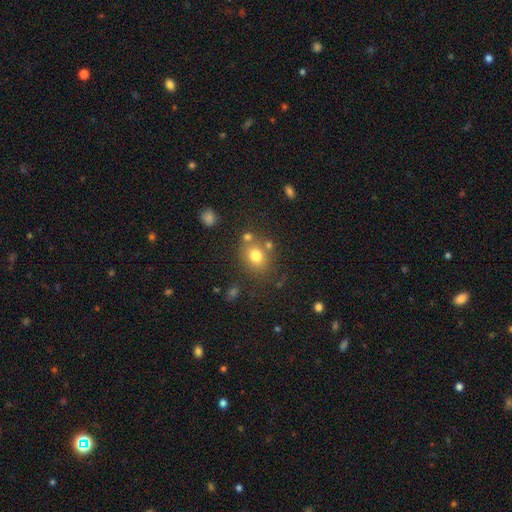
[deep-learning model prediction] Smooth or featured? smooth (75%)
How rounded? round (62%)
Merging? none (69%)